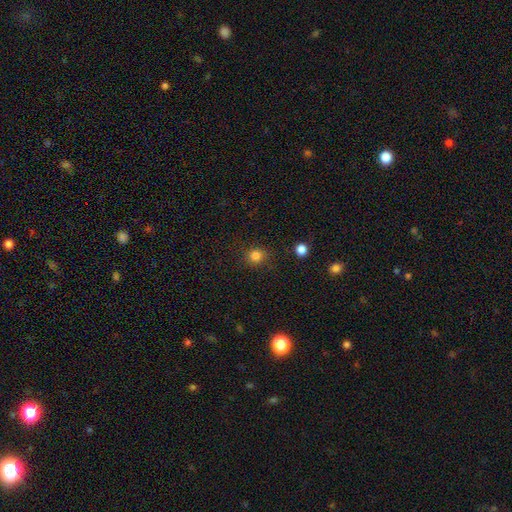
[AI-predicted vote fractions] Q: Smooth or featured?
A: smooth (81%); runner-up: star or artifact (14%)
Q: How rounded?
A: round (89%); runner-up: in between (10%)
Q: Merging?
A: none (88%); runner-up: minor disturbance (8%)